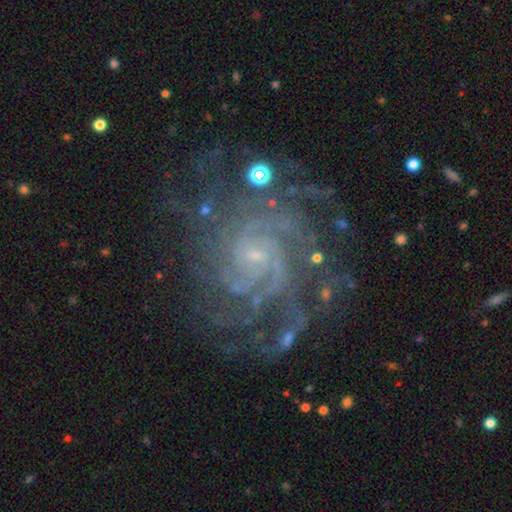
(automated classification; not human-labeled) featured or disk 91%, star or artifact 6%, smooth 3%. Down the decision tree: edge-on disk — no (98%); bar — no (62%); spiral arms — yes (98%); spiral arm count — 4 (25%); spiral winding — tight (70%); bulge size — small (83%); merging — none (69%).